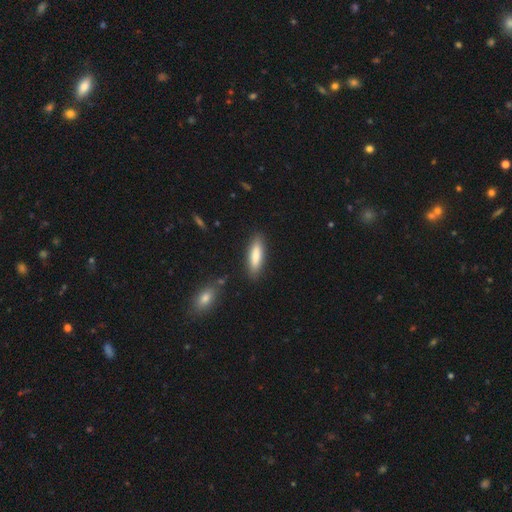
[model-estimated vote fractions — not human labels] smooth_or_featured: smooth (p=0.80) [alt: featured or disk p=0.14]
how_rounded: cigar-shaped (p=0.60) [alt: in between p=0.38]
merging: none (p=0.86) [alt: minor disturbance p=0.09]